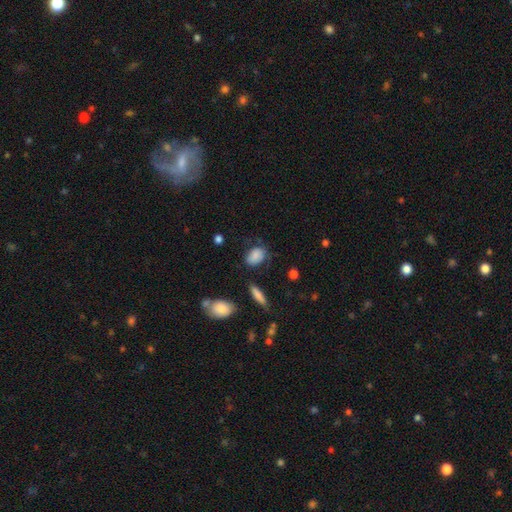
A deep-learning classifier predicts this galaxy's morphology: Smooth or featured: smooth — 80% (featured or disk — 11%)
How rounded: in between — 79% (round — 19%)
Merging: none — 62% (minor disturbance — 26%)